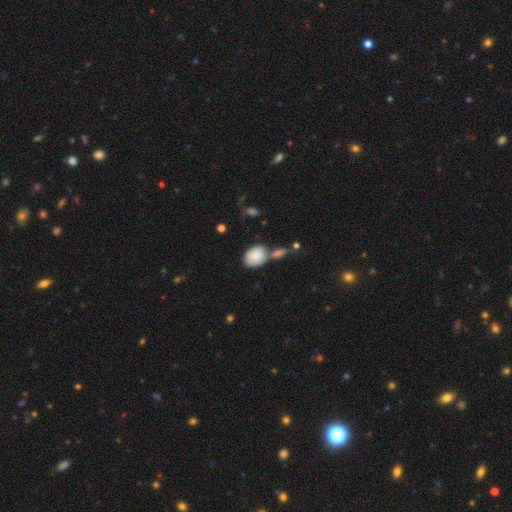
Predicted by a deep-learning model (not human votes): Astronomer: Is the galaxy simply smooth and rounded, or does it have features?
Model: smooth — 82%.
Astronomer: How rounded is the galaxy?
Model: in between — 56% (runner-up: round, 43%).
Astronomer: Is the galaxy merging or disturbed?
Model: none — 50% (runner-up: merger, 31%).